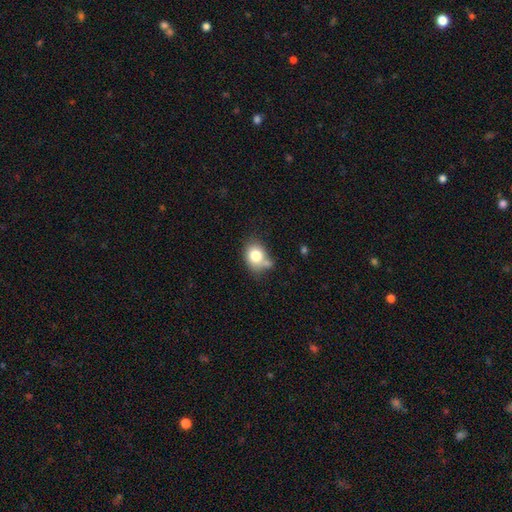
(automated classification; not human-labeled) smooth 78%, featured or disk 12%, star or artifact 10%. Down the decision tree: how rounded — in between (51%); merging — none (52%).